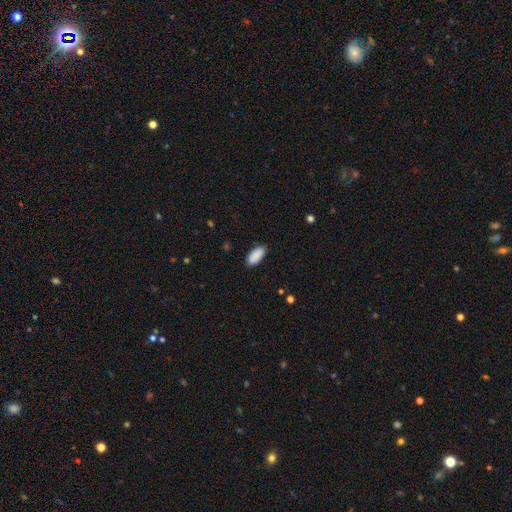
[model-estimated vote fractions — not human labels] Overall: smooth (90%). How rounded: in between (91%). Merging: none (86%).